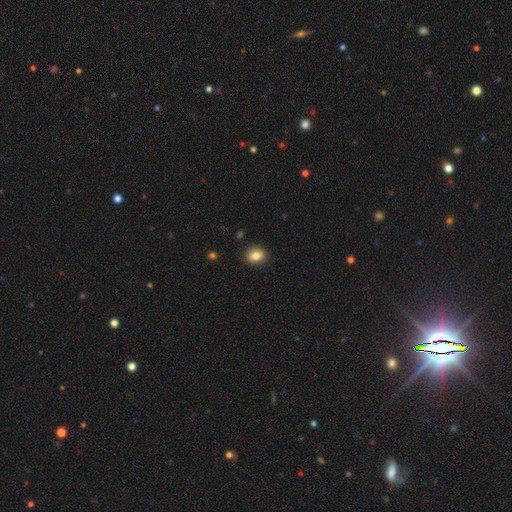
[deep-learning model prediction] Smooth or featured: smooth — 84% (star or artifact — 9%)
How rounded: in between — 52% (round — 47%)
Merging: none — 87% (minor disturbance — 10%)